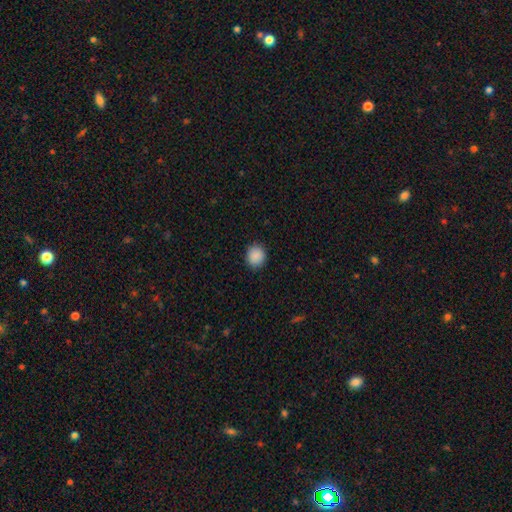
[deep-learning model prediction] A smooth galaxy with no disk features (90%) that is round (83%). Merging: none (90%).